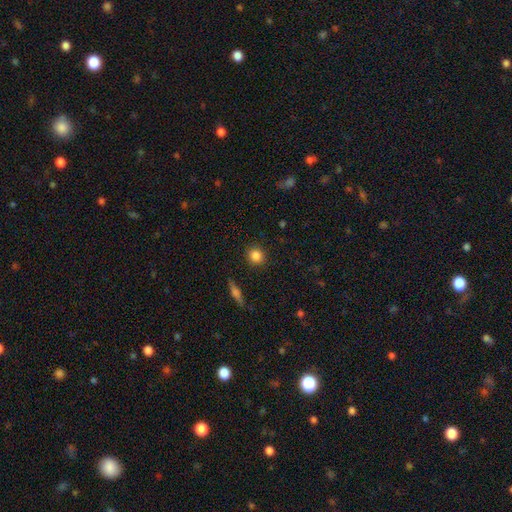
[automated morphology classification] Overall: smooth (84%). How rounded: round (90%). Merging: none (90%).